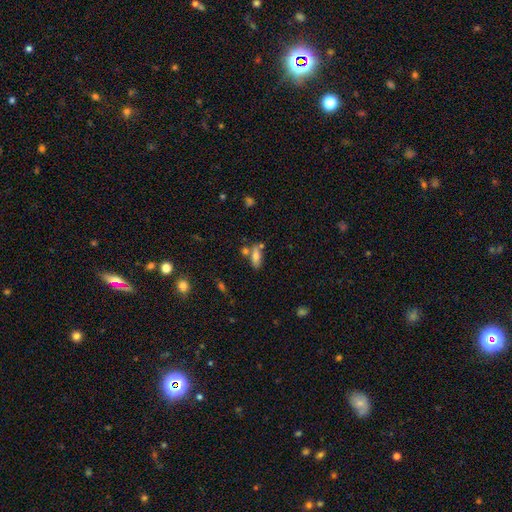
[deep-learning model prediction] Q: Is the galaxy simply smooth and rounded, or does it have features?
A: smooth — 74%.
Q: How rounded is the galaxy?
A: in between — 69%.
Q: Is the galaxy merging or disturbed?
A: none — 52%.